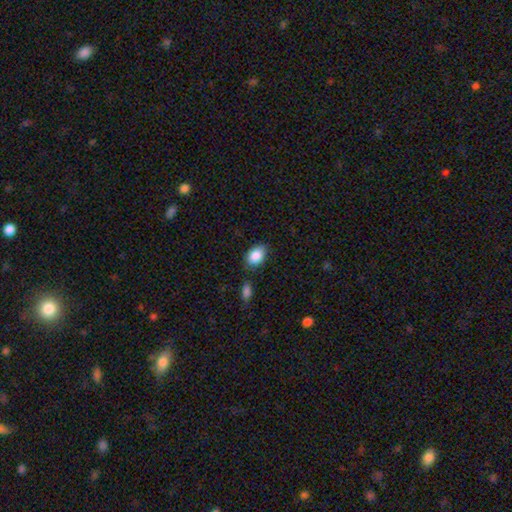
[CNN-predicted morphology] smooth_or_featured: smooth (p=0.87) [alt: star or artifact p=0.08]
how_rounded: in between (p=0.79) [alt: round p=0.20]
merging: none (p=0.76) [alt: minor disturbance p=0.16]